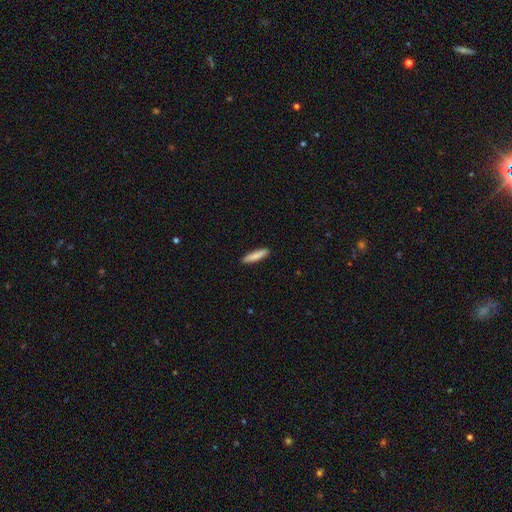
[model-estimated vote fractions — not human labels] Overall: smooth (85%). How rounded: cigar-shaped (86%). Merging: none (91%).